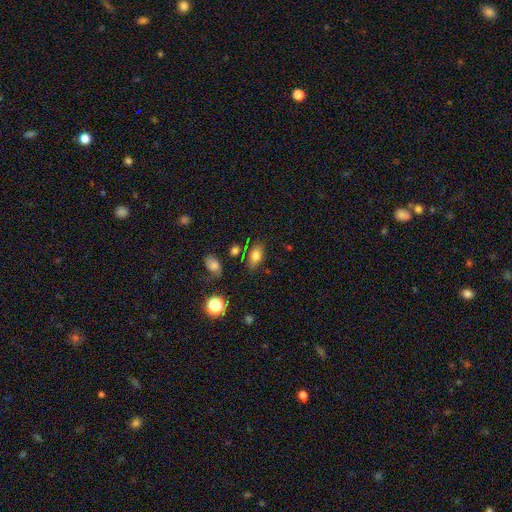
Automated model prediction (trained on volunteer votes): Overall: smooth (78%). How rounded: in between (86%). Merging: none (75%).